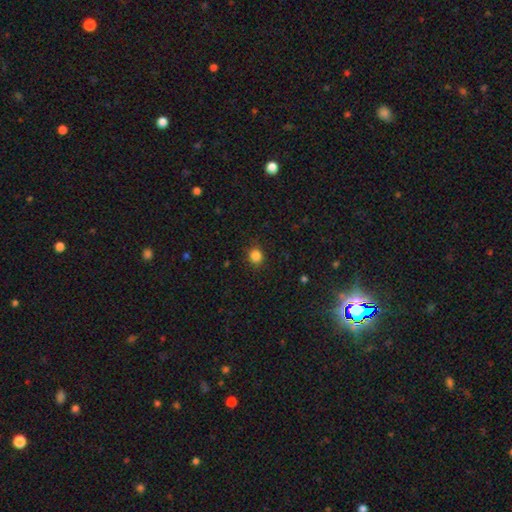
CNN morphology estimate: Smooth or featured?
  - smooth: 84% *
  - star or artifact: 12%
  - featured or disk: 3%
How rounded?
  - round: 87% *
  - in between: 12%
  - cigar-shaped: 1%
Merging?
  - none: 89% *
  - minor disturbance: 8%
  - major disturbance: 2%
  - merger: 1%